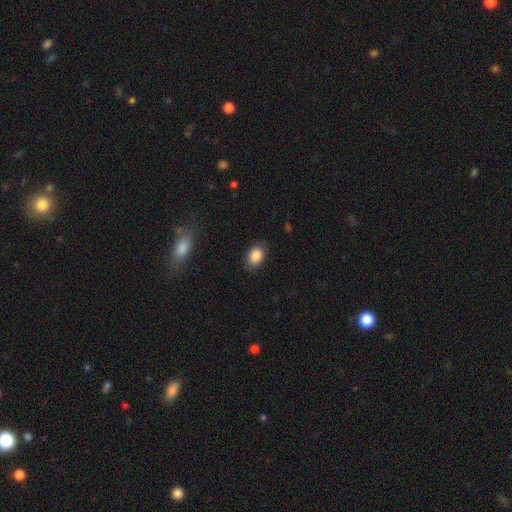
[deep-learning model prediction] smooth-or-featured: smooth: 87% | star or artifact: 8% | featured or disk: 5%
  how-rounded: in between: 75% | round: 24% | cigar-shaped: 1%
  merging: none: 81% | minor disturbance: 14% | major disturbance: 3% | merger: 1%